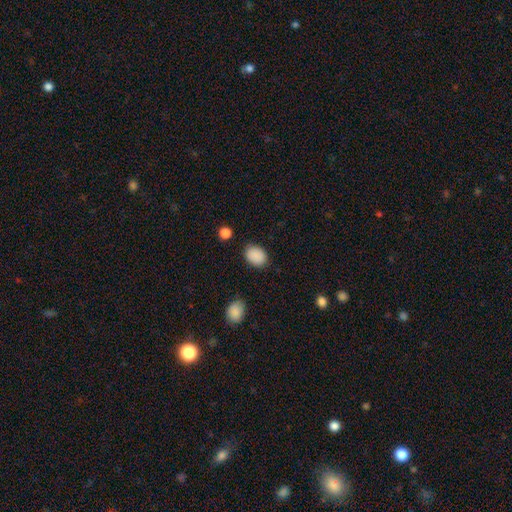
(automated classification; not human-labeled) Smooth or featured? Predicted: smooth (p=0.89). How rounded? Predicted: in between (p=0.70). Merging? Predicted: none (p=0.85).